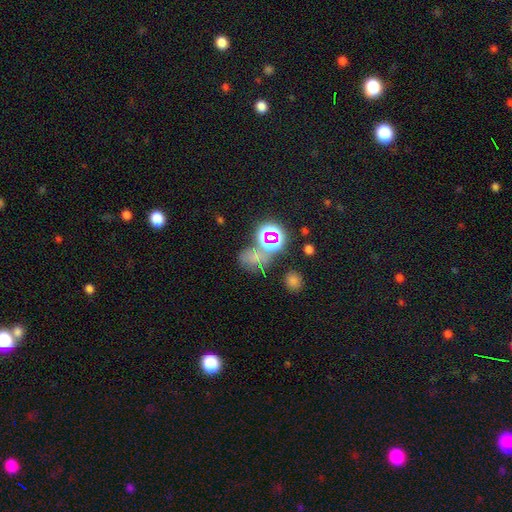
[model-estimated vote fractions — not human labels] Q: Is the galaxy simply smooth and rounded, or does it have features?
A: smooth — 46%.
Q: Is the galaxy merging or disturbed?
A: none — 51%.